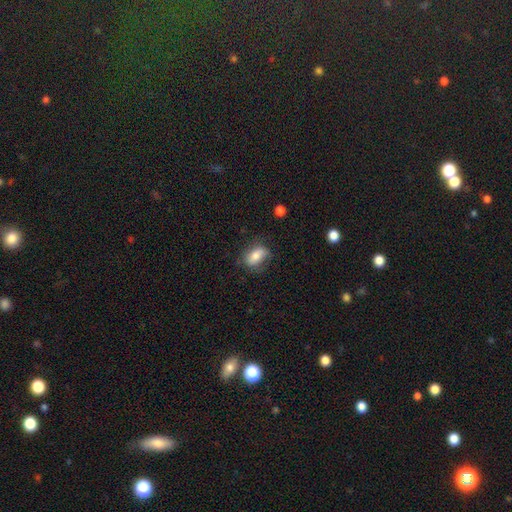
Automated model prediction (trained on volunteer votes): A smooth galaxy with no disk features (71%) that is in between round and cigar-shaped (85%).

Vote fractions:
- Smooth or featured? smooth: 71% / featured or disk: 21% / star or artifact: 8%
- How rounded? in between: 85% / round: 10% / cigar-shaped: 5%
- Merging? none: 66% / minor disturbance: 23% / major disturbance: 9% / merger: 2%